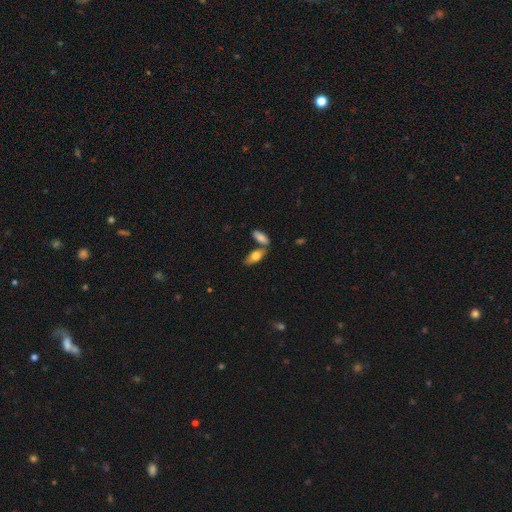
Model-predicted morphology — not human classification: This is likely a smooth galaxy (74%). How rounded: clearly in between (80%). Merging: likely none (61%).